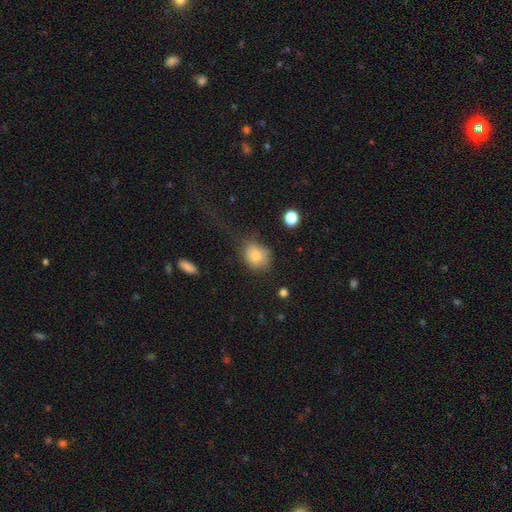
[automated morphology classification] The model was most divided on "how rounded": round: 57%, in between: 42%, cigar-shaped: 1%. More confident: smooth or featured — smooth (77%); merging — none (58%).